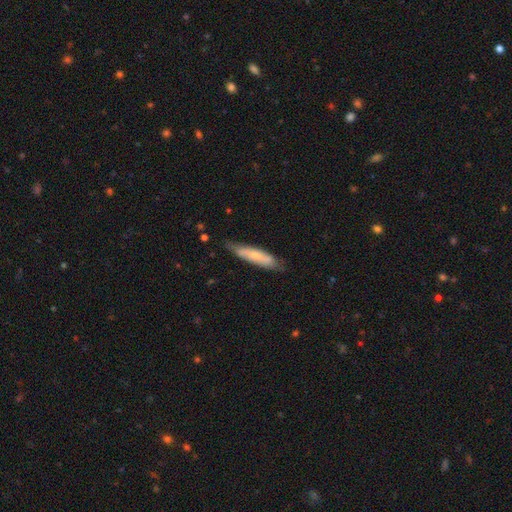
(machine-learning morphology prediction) A smooth galaxy with no disk features (58%) that is cigar-shaped (78%). Merging: none (71%).